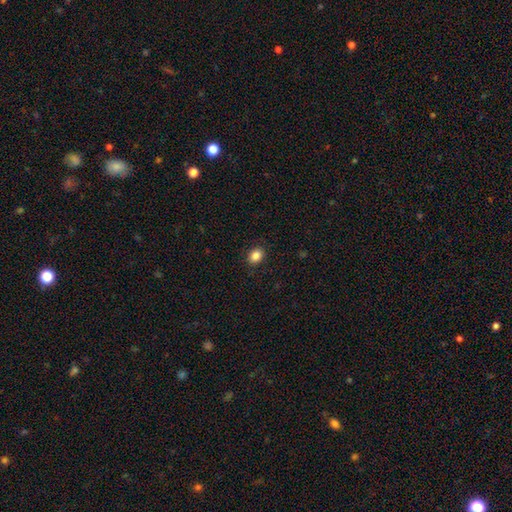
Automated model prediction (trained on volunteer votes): This is clearly a smooth galaxy (86%). How rounded: possibly in between (57%). Merging: clearly none (90%).